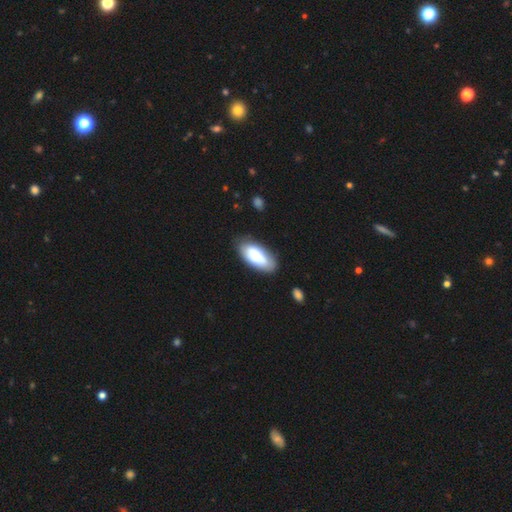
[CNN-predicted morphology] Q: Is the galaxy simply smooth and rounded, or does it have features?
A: smooth — 81%.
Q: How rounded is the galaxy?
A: in between — 90%.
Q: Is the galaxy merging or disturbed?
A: none — 77%.